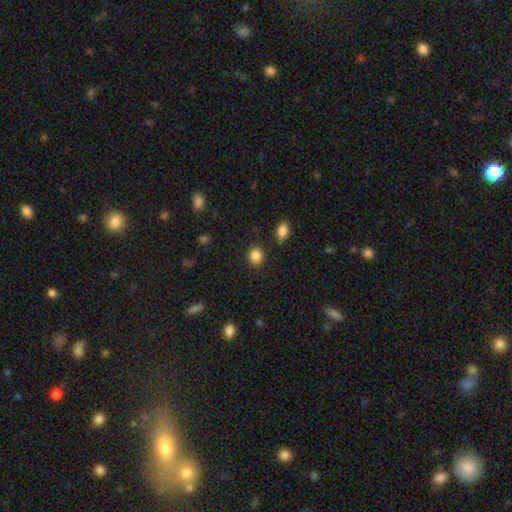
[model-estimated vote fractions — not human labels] Q: Smooth or featured?
A: smooth (86%); runner-up: star or artifact (10%)
Q: How rounded?
A: round (81%); runner-up: in between (18%)
Q: Merging?
A: none (86%); runner-up: minor disturbance (9%)